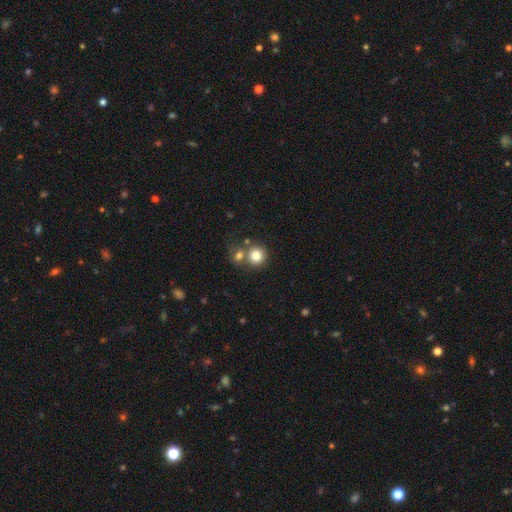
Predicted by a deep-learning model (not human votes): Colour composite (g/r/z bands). It shows a smooth galaxy with no disk features (80%) that is round (88%). Merging: none (55%).